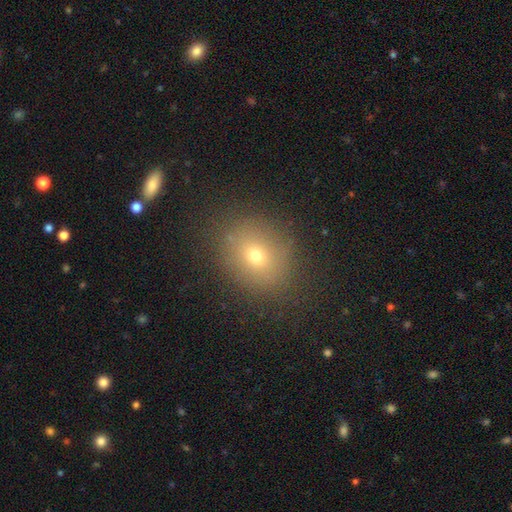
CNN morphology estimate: Smooth or featured: smooth — 67% (star or artifact — 18%)
How rounded: round — 60% (in between — 39%)
Merging: none — 84% (minor disturbance — 10%)